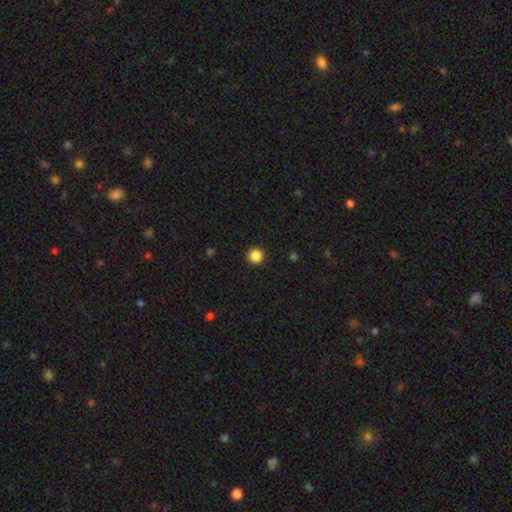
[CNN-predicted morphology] The model was most divided on "smooth or featured": smooth: 86%, star or artifact: 11%, featured or disk: 3%. More confident: how rounded — round (95%); merging — none (93%).